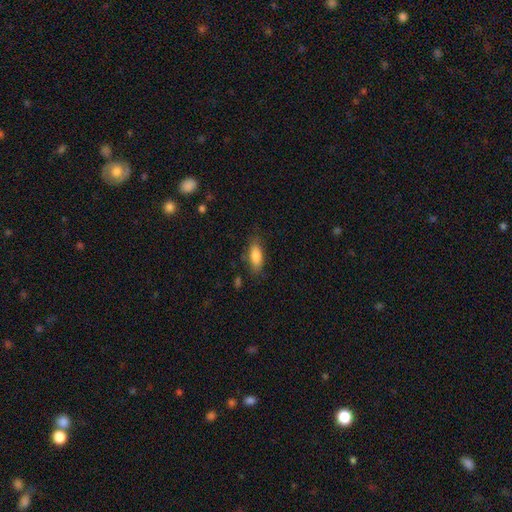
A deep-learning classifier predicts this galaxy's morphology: smooth-or-featured: smooth: 82% | featured or disk: 11% | star or artifact: 7%
  how-rounded: in between: 79% | cigar-shaped: 18% | round: 3%
  merging: none: 77% | minor disturbance: 16% | major disturbance: 4% | merger: 2%